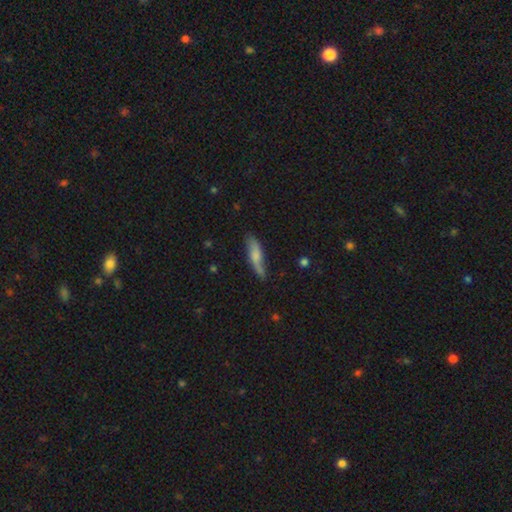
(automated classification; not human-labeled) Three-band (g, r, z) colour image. It shows a smooth galaxy with no disk features (56%) that is cigar-shaped (71%). Merging: none (65%).